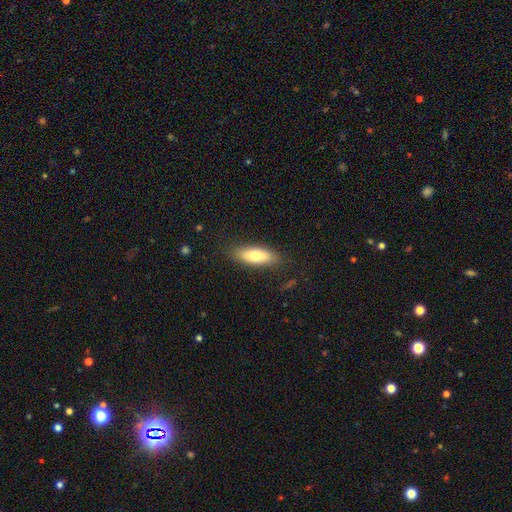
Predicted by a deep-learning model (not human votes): This is likely a smooth galaxy (74%). How rounded: likely in between (69%). Merging: clearly none (83%).